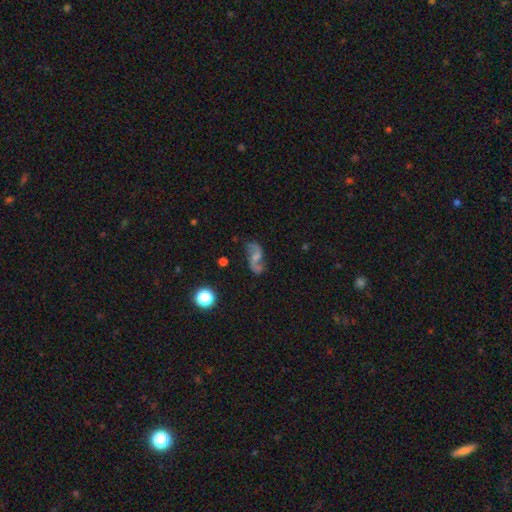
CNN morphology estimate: type=featured or disk (81%); edge-on=no (97%); bar=weak (44%, tied with no); spiral arms=yes (95%); winding=loose (65%); arm count=2 (93%); bulge=small (40%); merging=none (75%).